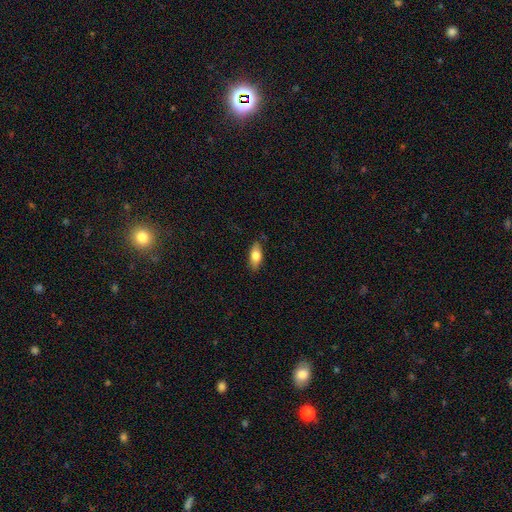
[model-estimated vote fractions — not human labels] A smooth galaxy with no disk features (75%) that is in between round and cigar-shaped (80%). Merging: none (84%).